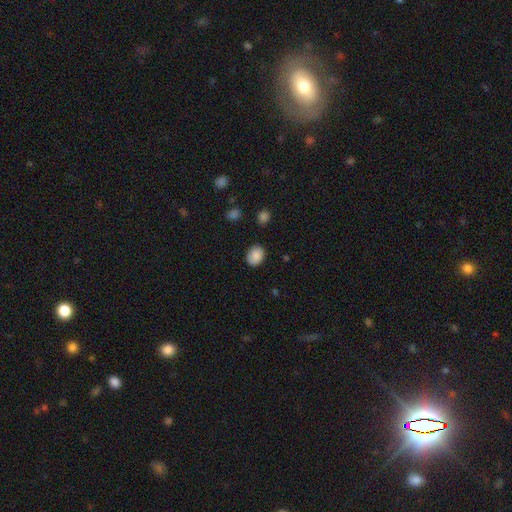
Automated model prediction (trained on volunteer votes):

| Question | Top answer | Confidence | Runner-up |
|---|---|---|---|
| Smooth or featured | smooth | 88% | star or artifact (8%) |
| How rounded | in between | 57% | round (42%) |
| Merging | none | 83% | minor disturbance (13%) |